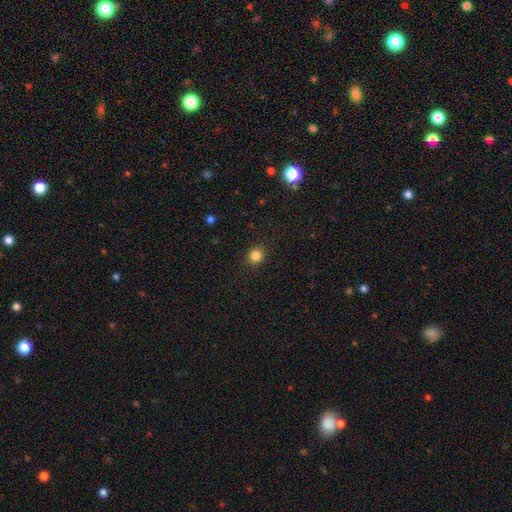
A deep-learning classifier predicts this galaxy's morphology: This is clearly a smooth galaxy (84%). How rounded: clearly round (90%). Merging: clearly none (90%).